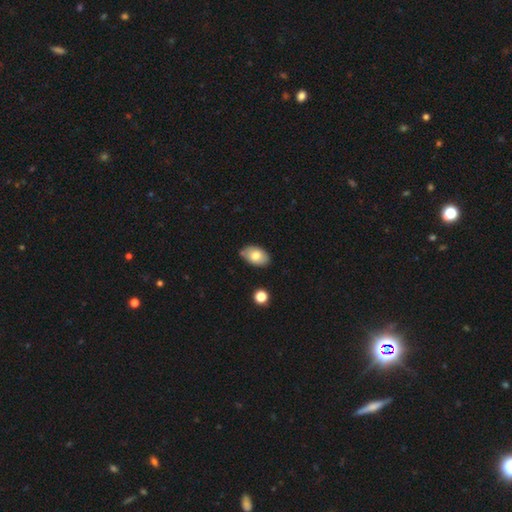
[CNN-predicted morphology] type=smooth (78%); roundness=in between (91%); merging=none (75%).